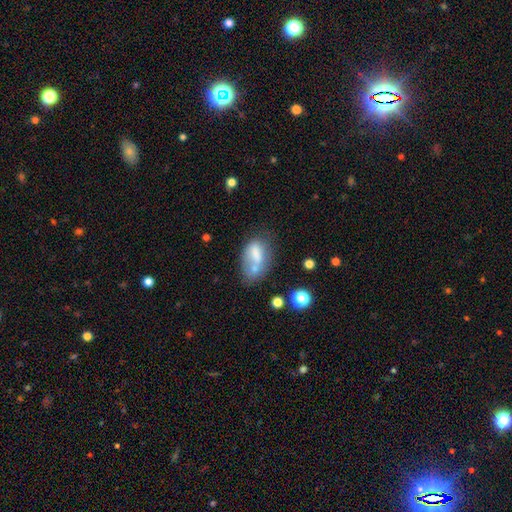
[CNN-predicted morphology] Smooth or featured: smooth — 64% (featured or disk — 25%)
How rounded: in between — 87% (round — 8%)
Merging: merger — 33% (none — 29%)